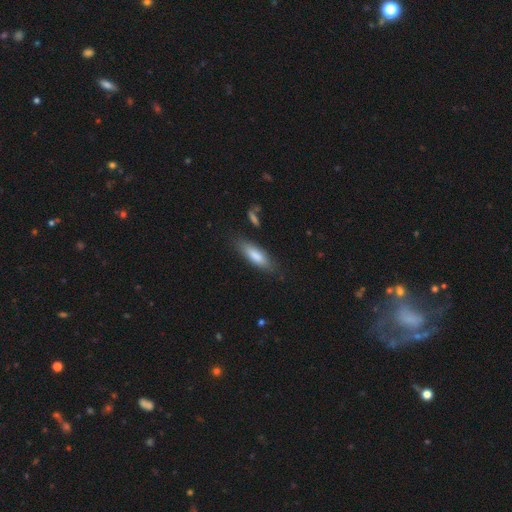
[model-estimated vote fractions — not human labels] A smooth galaxy with no disk features (81%) that is in between round and cigar-shaped (50%).

Vote fractions:
- Smooth or featured? smooth: 81% / featured or disk: 14% / star or artifact: 6%
- How rounded? in between: 50% / cigar-shaped: 49% / round: 2%
- Merging? none: 81% / minor disturbance: 14% / major disturbance: 3% / merger: 2%